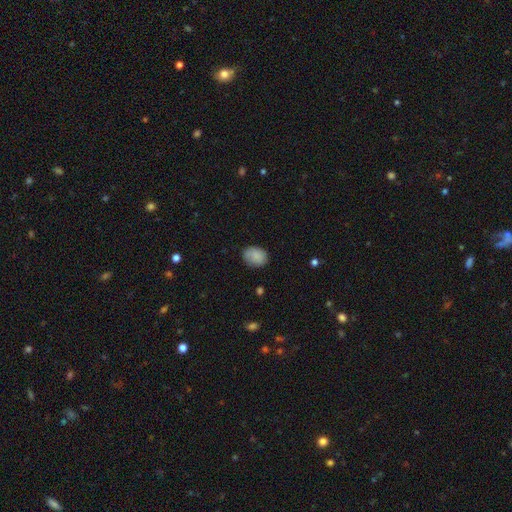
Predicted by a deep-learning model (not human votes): Smooth or featured? Predicted: smooth (p=0.86). How rounded? Predicted: in between (p=0.64). Merging? Predicted: none (p=0.81).